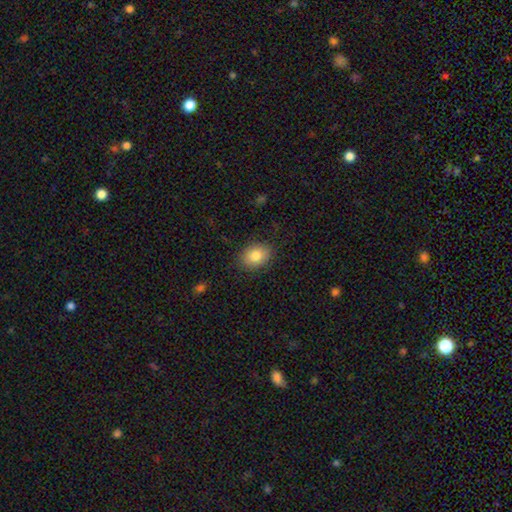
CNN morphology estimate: Smooth or featured? Predicted: smooth (p=0.81). How rounded? Predicted: in between (p=0.64). Merging? Predicted: none (p=0.87).